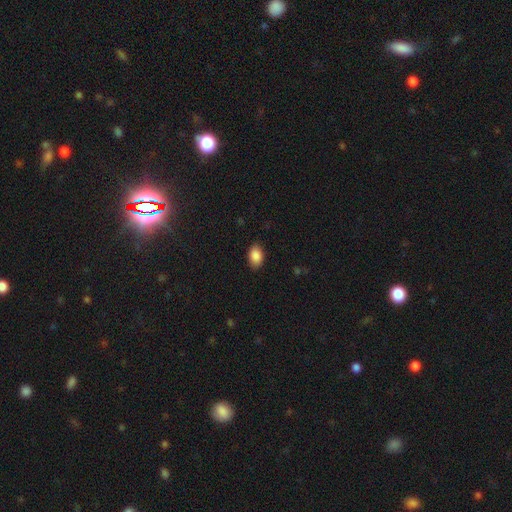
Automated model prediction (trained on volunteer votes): smooth_or_featured: smooth (p=0.88) [alt: star or artifact p=0.08]
how_rounded: in between (p=0.86) [alt: round p=0.13]
merging: none (p=0.85) [alt: minor disturbance p=0.12]